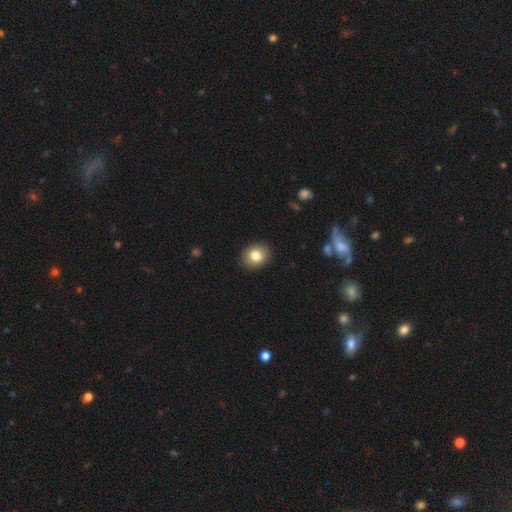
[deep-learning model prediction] A smooth galaxy with no disk features (82%) that is round (52%). Merging: none (90%).